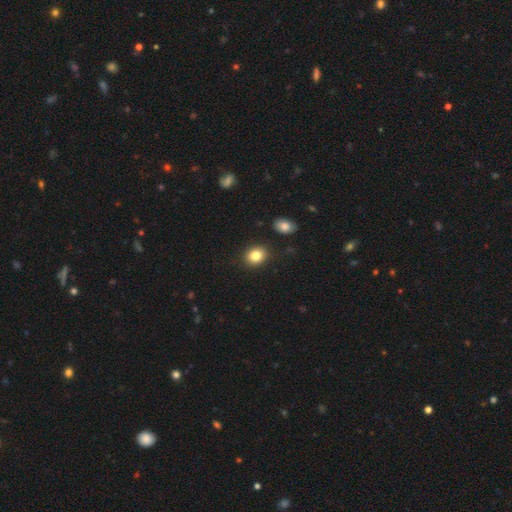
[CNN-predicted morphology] type=smooth (83%); roundness=round (56%); merging=none (86%).